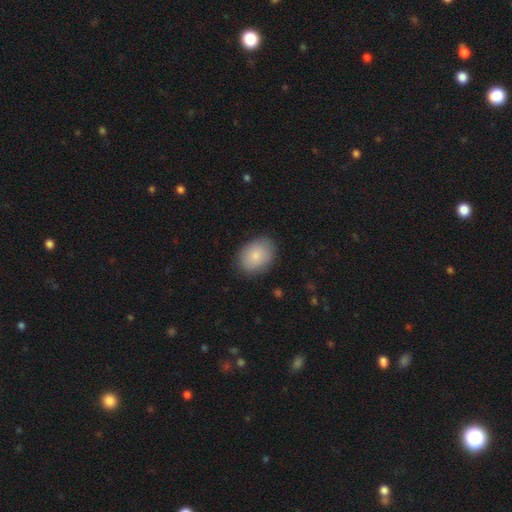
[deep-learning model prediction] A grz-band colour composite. It shows a smooth galaxy with no disk features (84%) that is in between round and cigar-shaped (70%). Merging: none (84%).